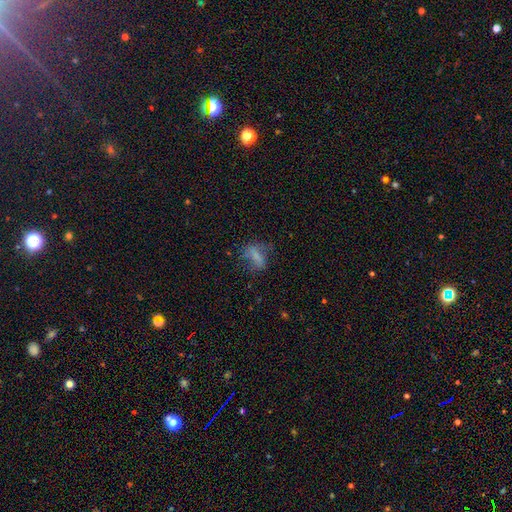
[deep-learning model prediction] Smooth or featured?
  - smooth: 59% *
  - featured or disk: 28%
  - star or artifact: 14%
How rounded?
  - in between: 69% *
  - cigar-shaped: 20%
  - round: 11%
Merging?
  - none: 48% *
  - minor disturbance: 25%
  - major disturbance: 24%
  - merger: 3%